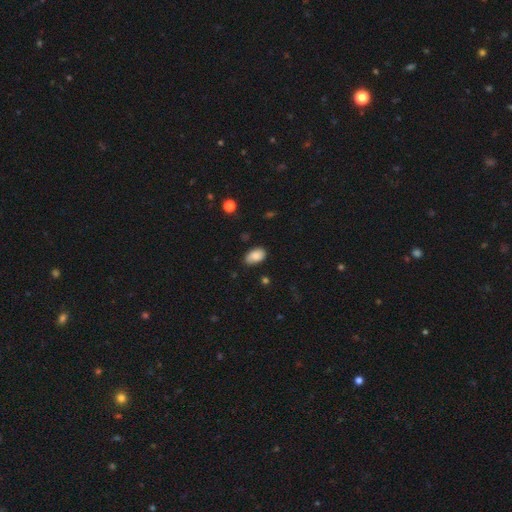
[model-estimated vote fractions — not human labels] This is clearly a smooth galaxy (85%). How rounded: clearly in between (92%). Merging: likely none (69%).